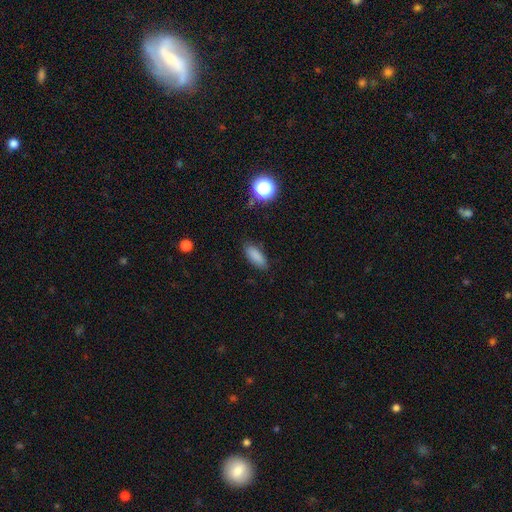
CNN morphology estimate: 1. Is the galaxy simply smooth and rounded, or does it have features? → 84% smooth, 10% star or artifact, 6% featured or disk.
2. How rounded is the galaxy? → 74% in between, 23% cigar-shaped, 3% round.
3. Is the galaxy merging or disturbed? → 84% none, 12% minor disturbance, 3% major disturbance, 1% merger.